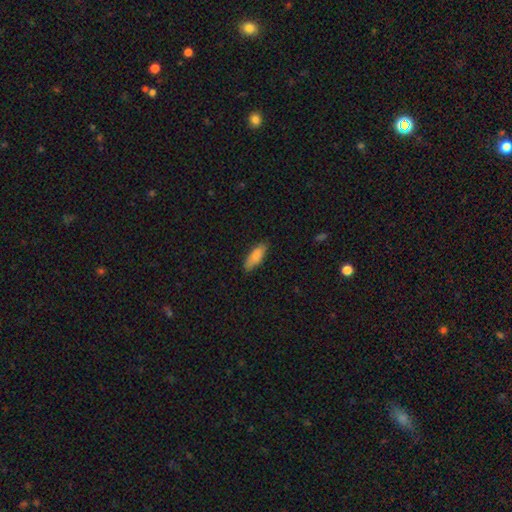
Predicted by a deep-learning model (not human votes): A smooth galaxy with no disk features (87%) that is in between round and cigar-shaped (67%).

Vote fractions:
- Smooth or featured? smooth: 87% / featured or disk: 8% / star or artifact: 6%
- How rounded? in between: 67% / cigar-shaped: 32% / round: 2%
- Merging? none: 84% / minor disturbance: 12% / major disturbance: 2% / merger: 1%